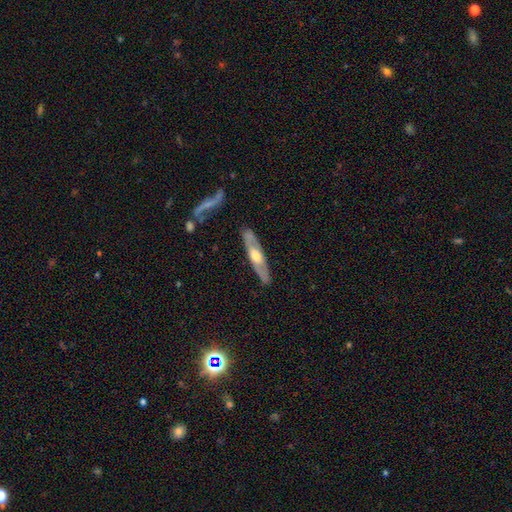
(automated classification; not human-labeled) Smooth or featured? Predicted: featured or disk (p=0.63). Edge-on disk? Predicted: yes (p=0.61). Merging? Predicted: none (p=0.86).